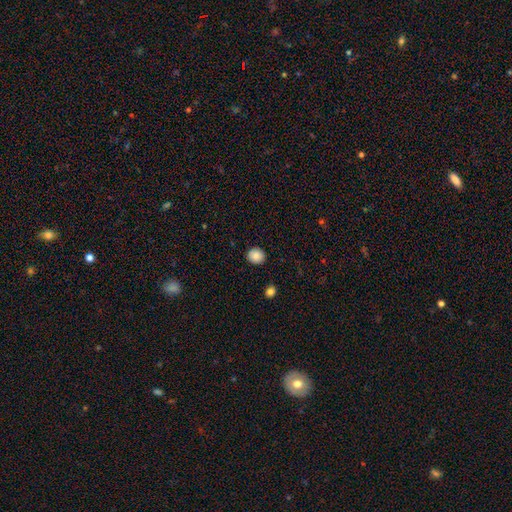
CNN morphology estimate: Smooth or featured?
  - smooth: 85% *
  - star or artifact: 9%
  - featured or disk: 6%
How rounded?
  - round: 85% *
  - in between: 14%
  - cigar-shaped: 1%
Merging?
  - none: 90% *
  - minor disturbance: 7%
  - major disturbance: 2%
  - merger: 1%